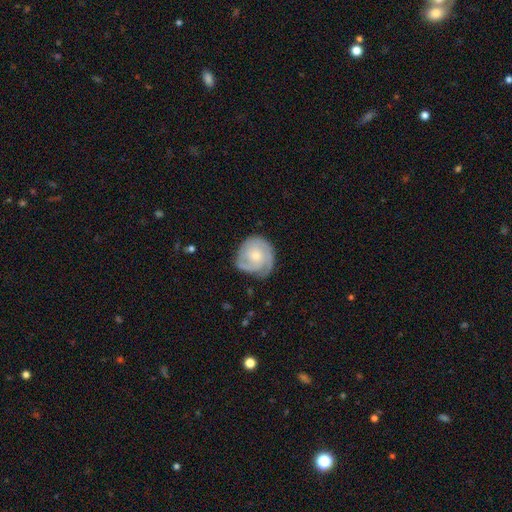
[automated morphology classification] featured or disk 76%, smooth 19%, star or artifact 5%. Down the decision tree: edge-on disk — no (98%); bar — no (77%); spiral arms — yes (94%); spiral arm count — 3 (37%); spiral winding — tight (64%); bulge size — small (59%); merging — none (72%).